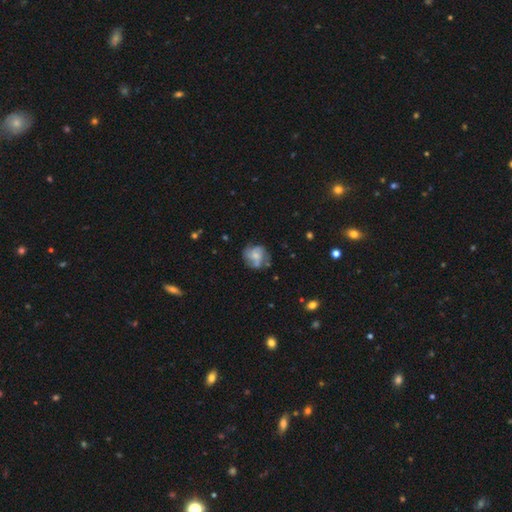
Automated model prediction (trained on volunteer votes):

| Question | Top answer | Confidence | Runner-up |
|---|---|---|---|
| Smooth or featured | featured or disk | 51% | smooth (40%) |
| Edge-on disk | no | 98% | yes (2%) |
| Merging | none | 59% | minor disturbance (23%) |